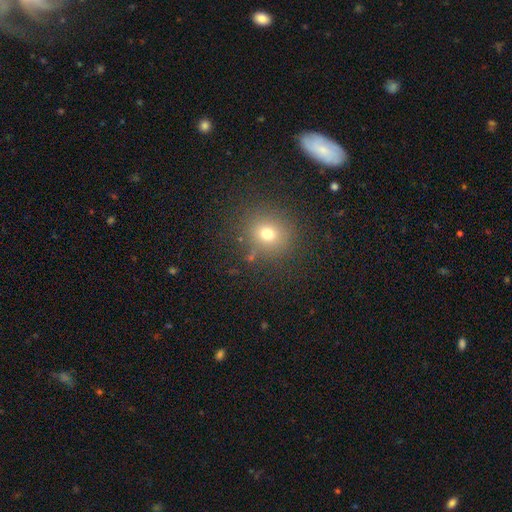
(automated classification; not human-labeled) smooth-or-featured: smooth: 62% | star or artifact: 28% | featured or disk: 10%
  how-rounded: round: 86% | in between: 12% | cigar-shaped: 1%
  merging: none: 86% | minor disturbance: 8% | merger: 3% | major disturbance: 3%